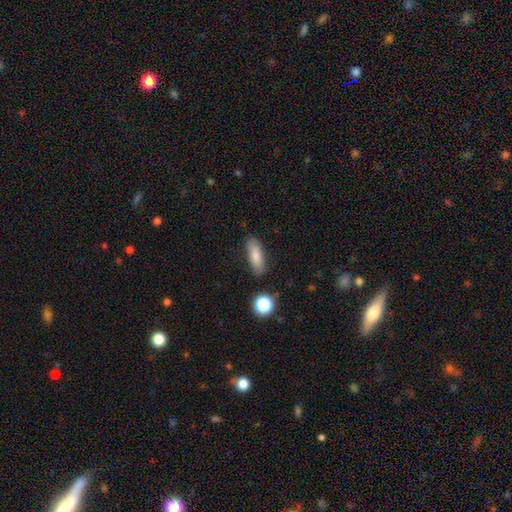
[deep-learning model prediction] Smooth or featured? smooth (79%)
How rounded? in between (62%)
Merging? none (82%)